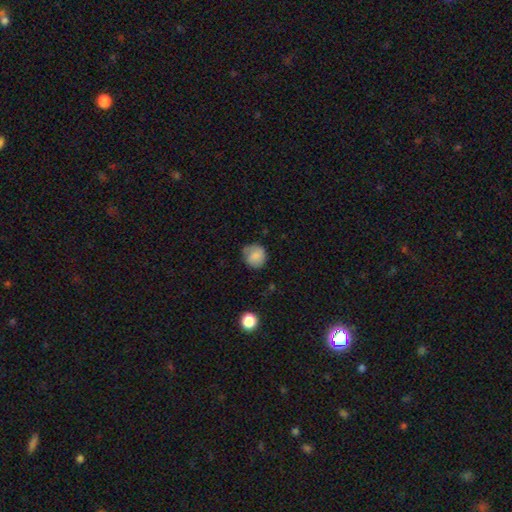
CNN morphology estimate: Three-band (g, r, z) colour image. It shows a smooth galaxy with no disk features (78%) that is round (84%). Merging: none (64%).